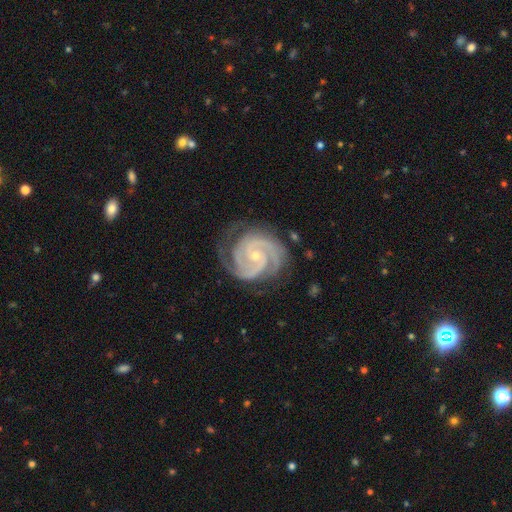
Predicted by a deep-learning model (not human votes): Overall: featured or disk (94%). Edge-on disk: no (98%). Bar: no (64%; weak 26%). Spiral arms: yes (99%). Spiral arm count: 2 (48%; 3 33%). Spiral winding: tight (70%). Bulge size: small (73%). Merging: none (74%).